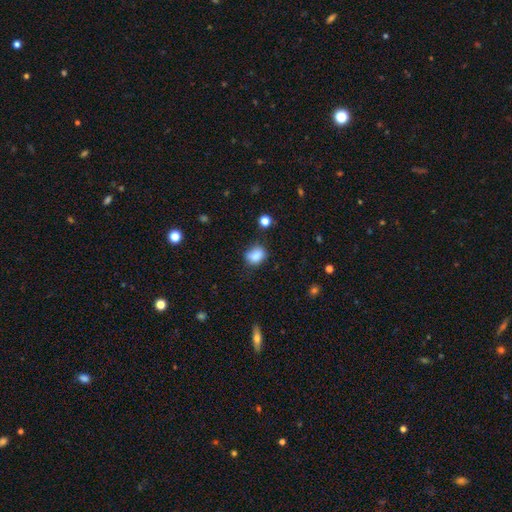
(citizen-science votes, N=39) smooth_or_featured: smooth (p=0.95) [alt: star or artifact p=0.05]
how_rounded: in between (p=0.51) [alt: round p=0.49]
merging: none (p=0.51) [alt: minor disturbance p=0.35]